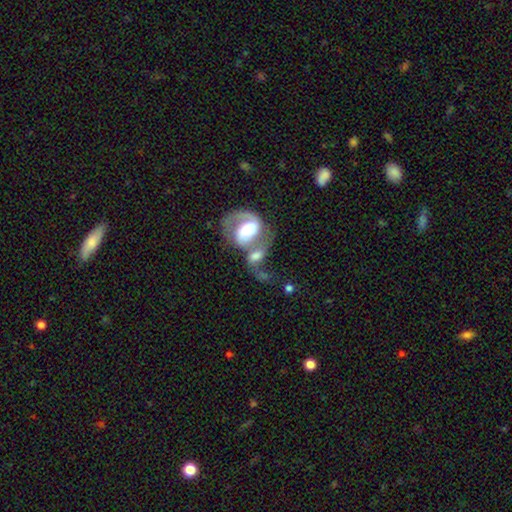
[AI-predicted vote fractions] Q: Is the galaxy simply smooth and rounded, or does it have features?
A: featured or disk — 58%.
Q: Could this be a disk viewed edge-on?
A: no — 95%.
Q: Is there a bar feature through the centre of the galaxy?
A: no — 43%.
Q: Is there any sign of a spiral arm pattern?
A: yes — 73%.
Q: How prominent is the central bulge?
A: moderate — 53%.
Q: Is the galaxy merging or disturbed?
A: merger — 67%.